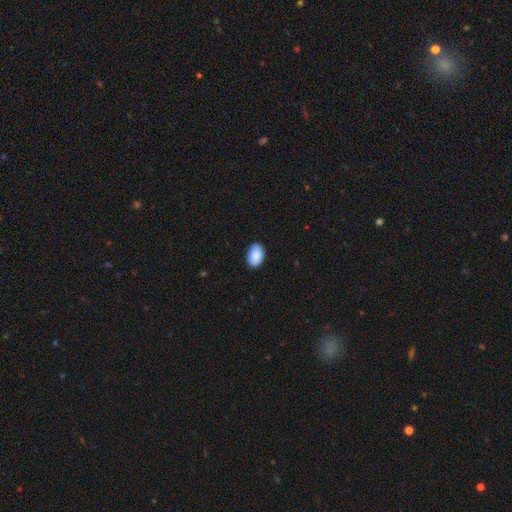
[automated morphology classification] smooth-or-featured: smooth: 90% | star or artifact: 6% | featured or disk: 4%
  how-rounded: in between: 90% | round: 9% | cigar-shaped: 1%
  merging: none: 88% | minor disturbance: 9% | major disturbance: 2% | merger: 1%